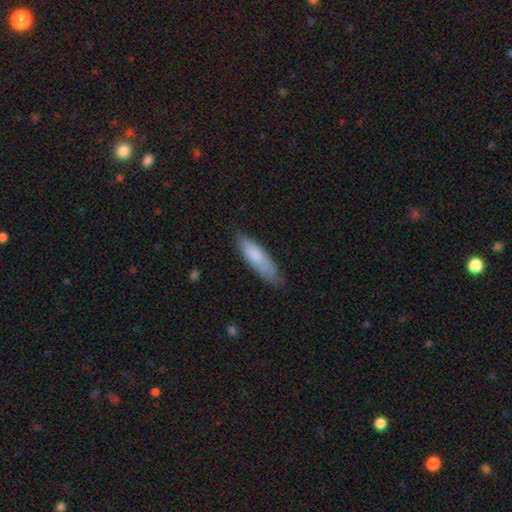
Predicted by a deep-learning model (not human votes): Smooth or featured? Predicted: smooth (p=0.79). How rounded? Predicted: cigar-shaped (p=0.63). Merging? Predicted: none (p=0.73).